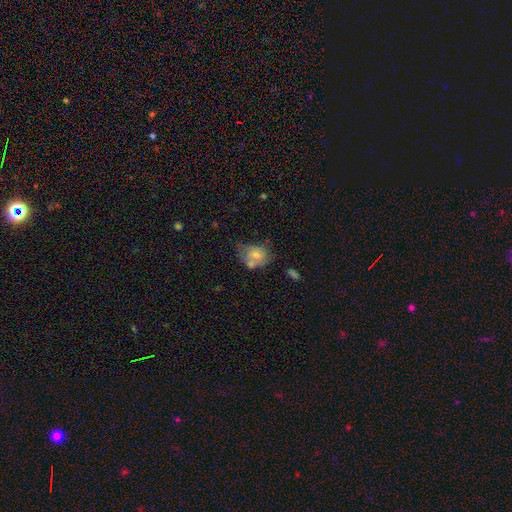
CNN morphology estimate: Smooth or featured: smooth — 61% (featured or disk — 31%)
How rounded: in between — 52% (round — 47%)
Merging: none — 33% (minor disturbance — 28%)